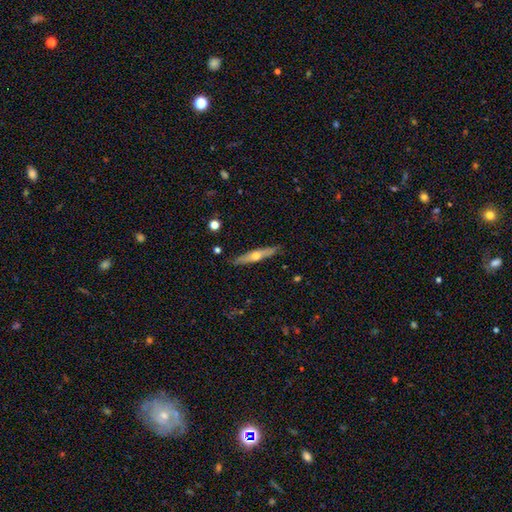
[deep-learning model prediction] Smooth or featured? featured or disk (60%)
Edge-on disk? yes (94%)
Edge-on bulge? rounded (90%)
Merging? none (89%)